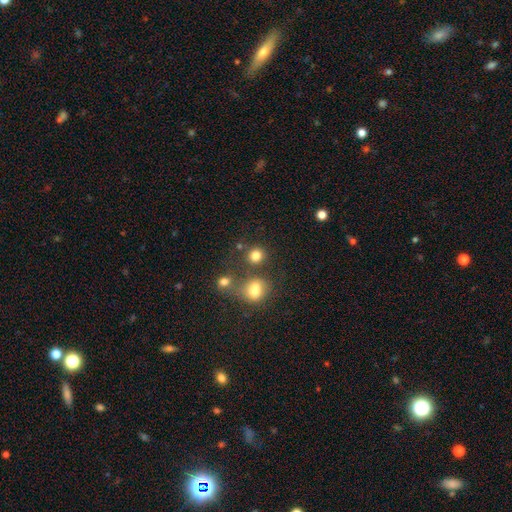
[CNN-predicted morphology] Q: Smooth or featured?
A: smooth (80%); runner-up: star or artifact (14%)
Q: How rounded?
A: round (85%); runner-up: in between (14%)
Q: Merging?
A: none (69%); runner-up: merger (18%)